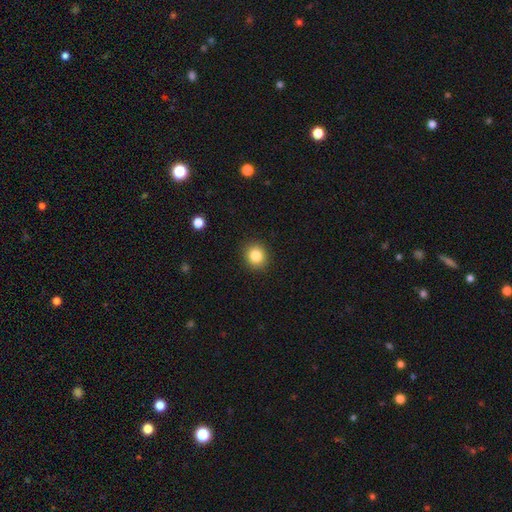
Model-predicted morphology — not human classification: The model was most divided on "how rounded": round: 82%, in between: 17%, cigar-shaped: 1%. More confident: merging — none (90%); smooth or featured — smooth (84%).